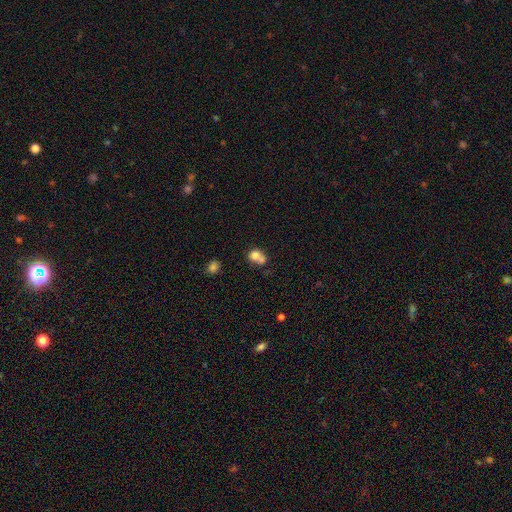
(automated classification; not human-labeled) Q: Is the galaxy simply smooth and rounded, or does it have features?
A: smooth — 76%.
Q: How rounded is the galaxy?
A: round — 70%.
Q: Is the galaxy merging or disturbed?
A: merger — 53%.